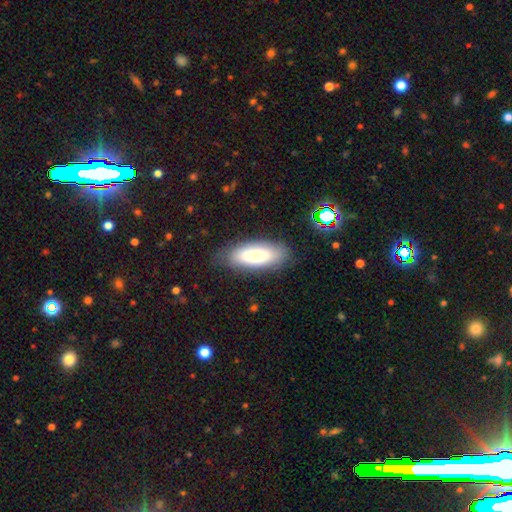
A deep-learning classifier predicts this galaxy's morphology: Smooth or featured: smooth — 67% (featured or disk — 25%)
How rounded: in between — 80% (cigar-shaped — 17%)
Merging: none — 79% (minor disturbance — 15%)